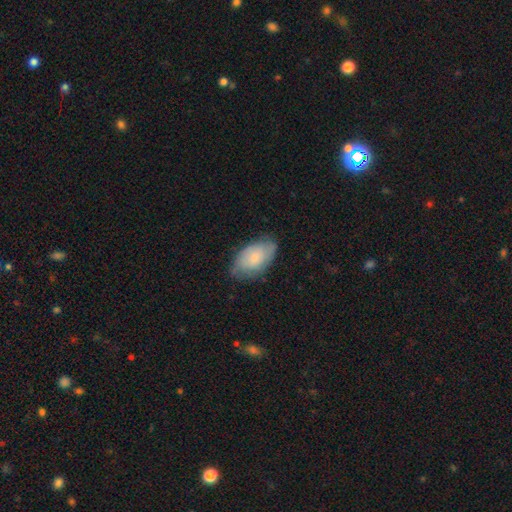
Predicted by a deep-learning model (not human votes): The model was most divided on "smooth or featured": smooth: 65%, featured or disk: 29%, star or artifact: 6%. More confident: how rounded — in between (94%); merging — none (68%).